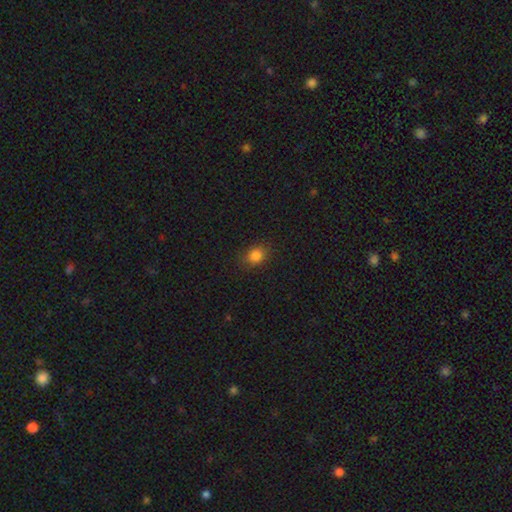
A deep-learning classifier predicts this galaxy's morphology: The model was most divided on "how rounded": round: 56%, in between: 43%, cigar-shaped: 1%. More confident: smooth or featured — smooth (83%); merging — none (82%).